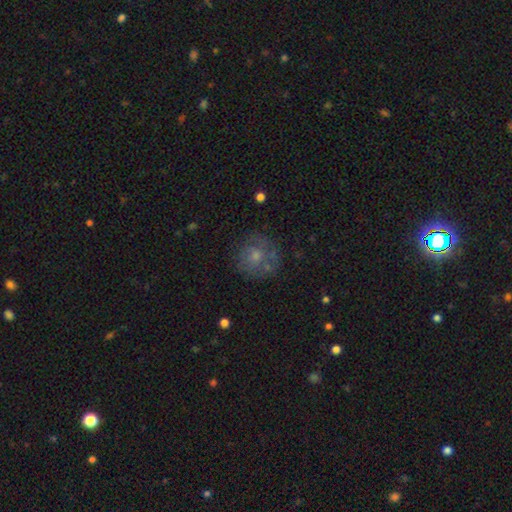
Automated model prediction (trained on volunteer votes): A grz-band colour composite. It shows a smooth galaxy with no disk features (52%) that is round (88%). Merging: none (68%).